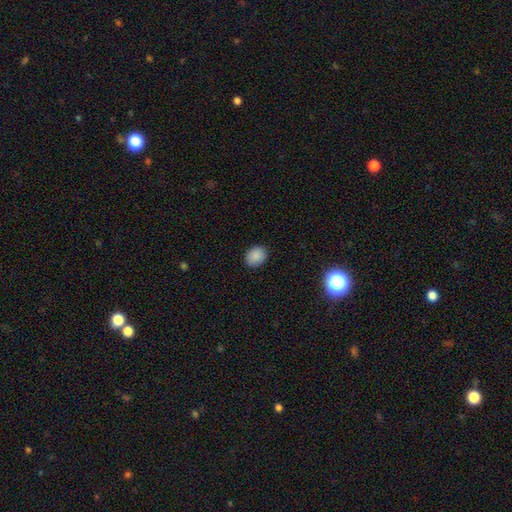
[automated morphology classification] The model was most divided on "how rounded": round: 51%, in between: 48%, cigar-shaped: 1%. More confident: merging — none (89%); smooth or featured — smooth (88%).